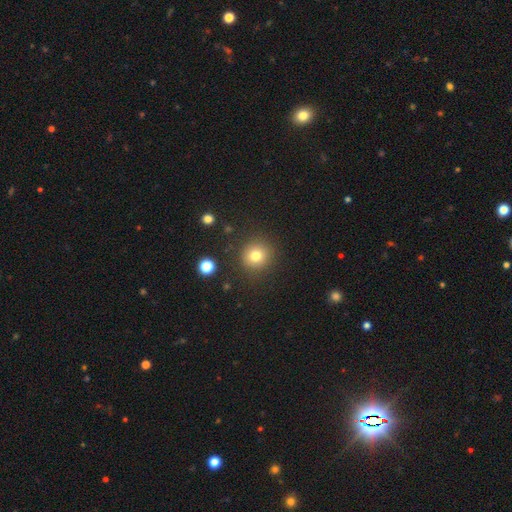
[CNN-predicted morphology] A smooth galaxy with no disk features (79%) that is round (93%).

Vote fractions:
- Smooth or featured? smooth: 79% / star or artifact: 13% / featured or disk: 8%
- How rounded? round: 93% / in between: 7% / cigar-shaped: 1%
- Merging? none: 88% / minor disturbance: 7% / major disturbance: 3% / merger: 2%